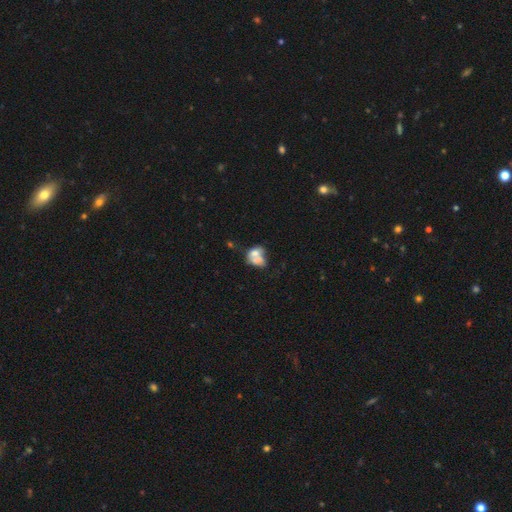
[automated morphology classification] This appears to be a smooth galaxy with no disk features (60%) that is in between round and cigar-shaped (65%). Merging: merger (62%).